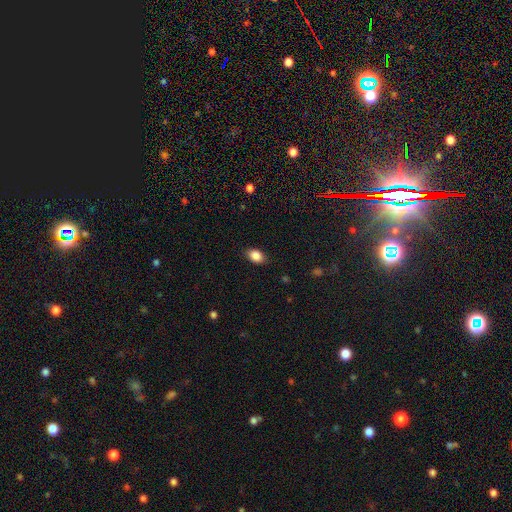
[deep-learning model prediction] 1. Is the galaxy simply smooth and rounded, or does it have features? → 87% smooth, 8% star or artifact, 5% featured or disk.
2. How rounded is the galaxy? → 84% in between, 14% round, 1% cigar-shaped.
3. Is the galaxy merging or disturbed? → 85% none, 12% minor disturbance, 3% major disturbance, 1% merger.